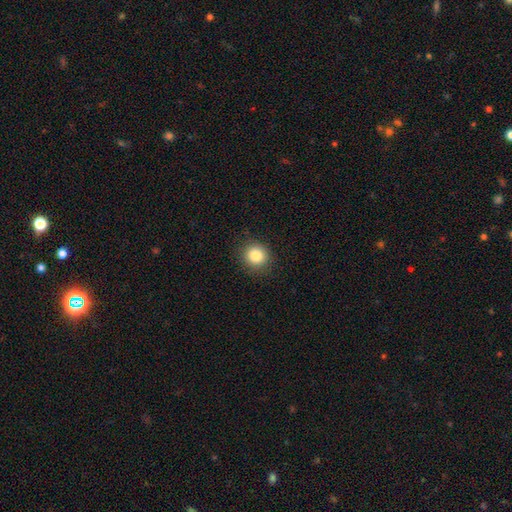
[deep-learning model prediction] smooth 84%, star or artifact 10%, featured or disk 6%. Down the decision tree: how rounded — round (88%); merging — none (89%).